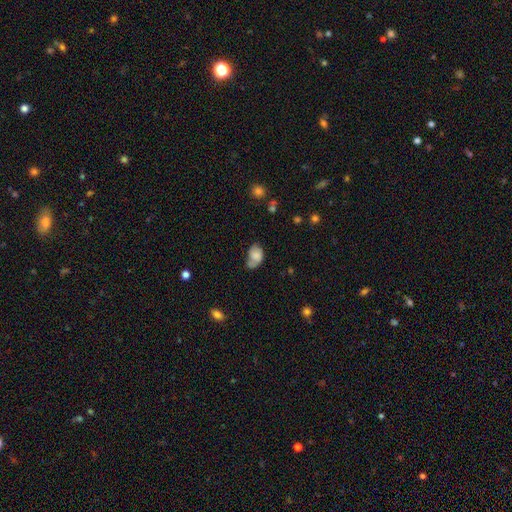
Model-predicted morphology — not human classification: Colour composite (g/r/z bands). It shows a smooth galaxy with no disk features (67%) that is in between round and cigar-shaped (83%). Merging: none (35%).